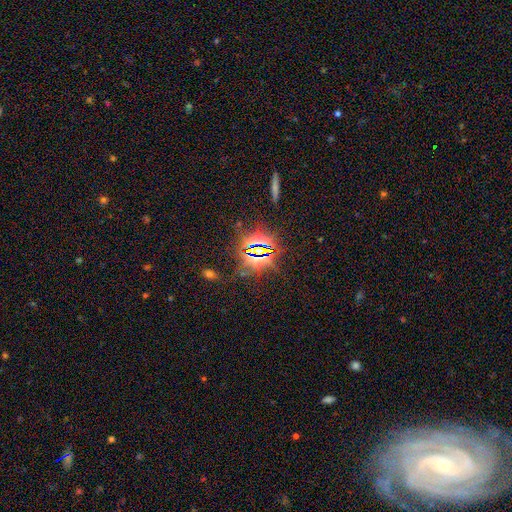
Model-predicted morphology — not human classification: type=star or artifact (78%).